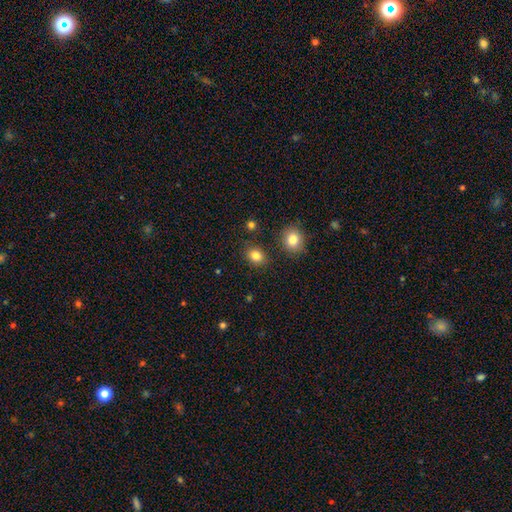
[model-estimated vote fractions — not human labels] Q: Smooth or featured?
A: smooth (83%); runner-up: star or artifact (11%)
Q: How rounded?
A: round (60%); runner-up: in between (39%)
Q: Merging?
A: none (85%); runner-up: minor disturbance (9%)